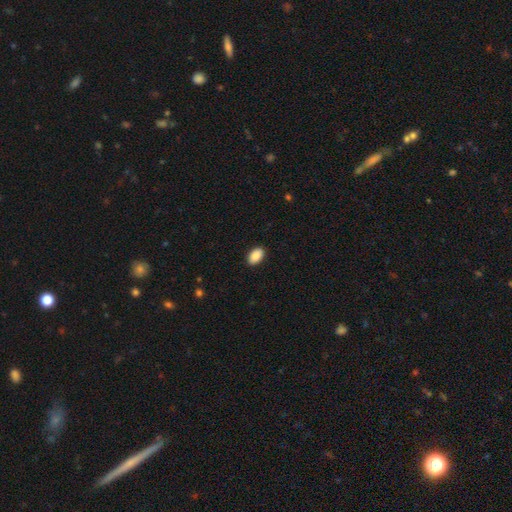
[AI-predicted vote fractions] Smooth or featured? smooth (90%)
How rounded? in between (93%)
Merging? none (90%)